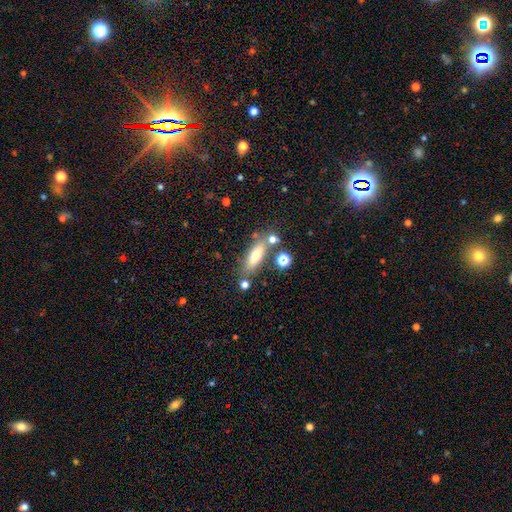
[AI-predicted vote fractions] Smooth or featured: smooth — 65% (featured or disk — 24%)
How rounded: in between — 49% (cigar-shaped — 47%)
Merging: none — 67% (minor disturbance — 15%)